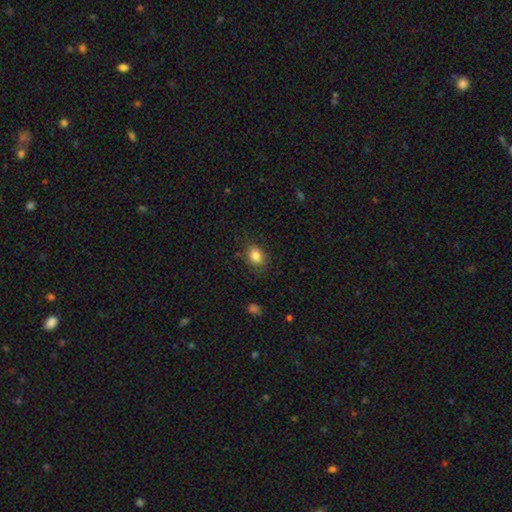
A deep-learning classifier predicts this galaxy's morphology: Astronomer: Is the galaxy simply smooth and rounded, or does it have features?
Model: smooth — 84%.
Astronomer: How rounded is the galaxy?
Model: in between — 63%.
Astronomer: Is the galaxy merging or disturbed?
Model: none — 81%.